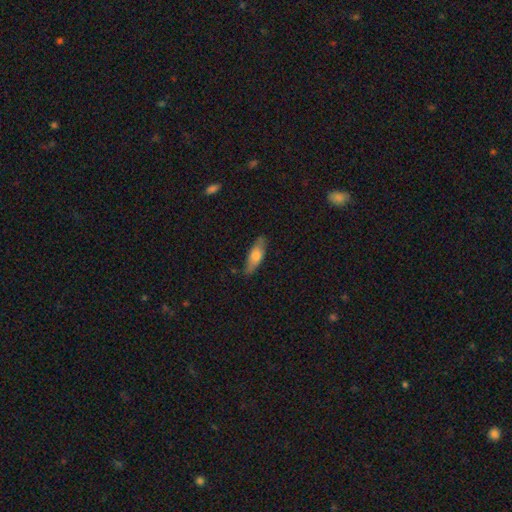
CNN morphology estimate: smooth_or_featured: smooth (p=0.66) [alt: featured or disk p=0.28]
how_rounded: in between (p=0.59) [alt: cigar-shaped p=0.39]
merging: none (p=0.79) [alt: minor disturbance p=0.16]